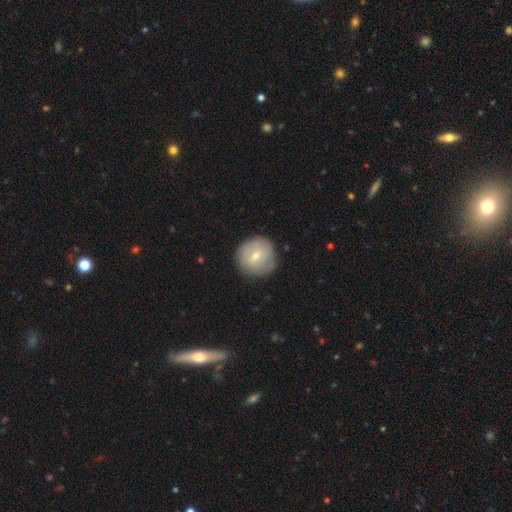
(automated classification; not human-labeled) This is possibly a smooth galaxy (57%). How rounded: clearly round (92%). Merging: likely none (79%).